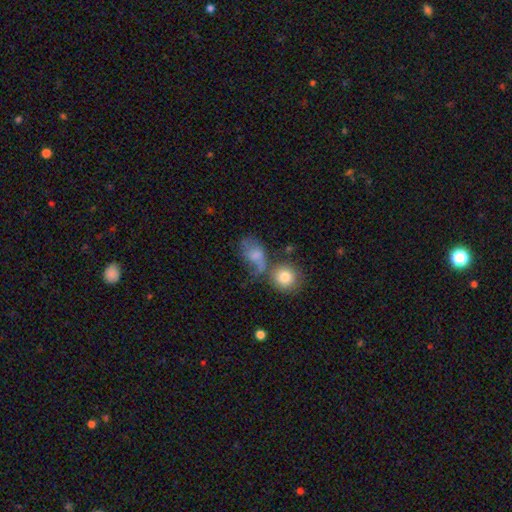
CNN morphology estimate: This appears to be a smooth galaxy with no disk features (62%) that is in between round and cigar-shaped (68%). Merging: merger (30%).